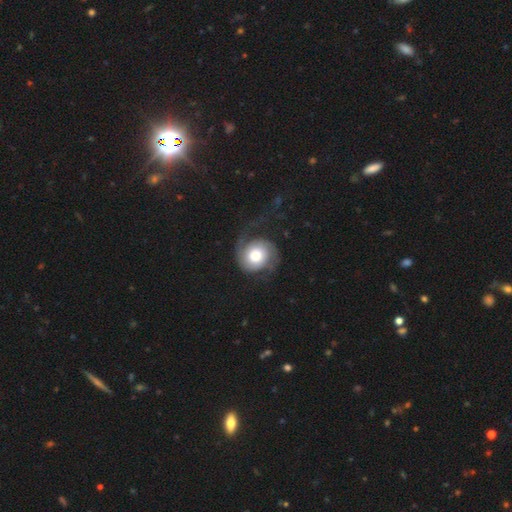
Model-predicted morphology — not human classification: This is likely a featured or disk galaxy (65%). It is clearly not viewed edge-on (98%). Bar: likely no (78%). Spiral arm pattern: clearly yes (91%). Spiral arm count: likely 2 (68%). Spiral winding: marginally loose (36%). Central bulge: possibly large (46%). Merging: possibly none (51%).